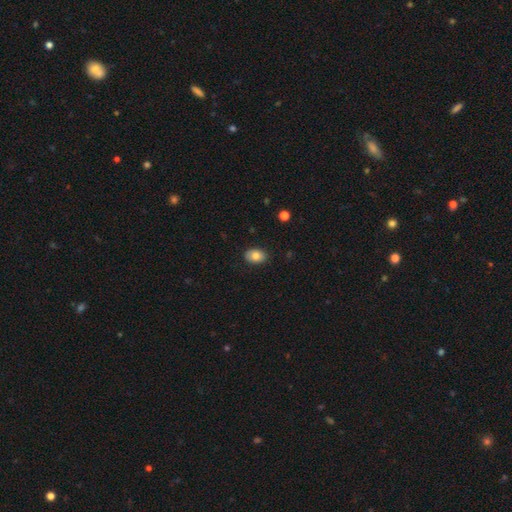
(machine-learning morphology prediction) Q: Smooth or featured?
A: smooth (82%); runner-up: featured or disk (11%)
Q: How rounded?
A: in between (81%); runner-up: round (18%)
Q: Merging?
A: none (87%); runner-up: minor disturbance (10%)